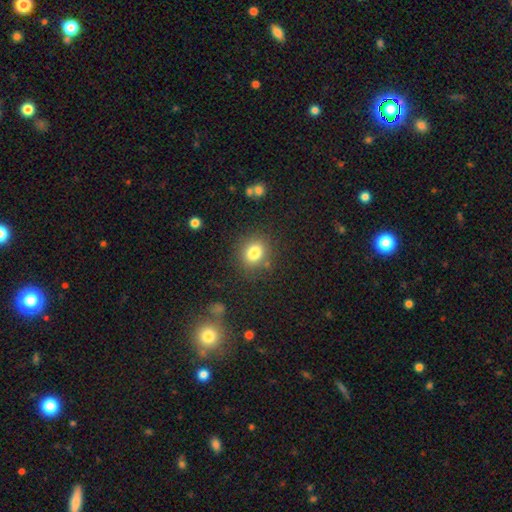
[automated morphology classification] type=smooth (80%); roundness=round (63%); merging=none (84%).